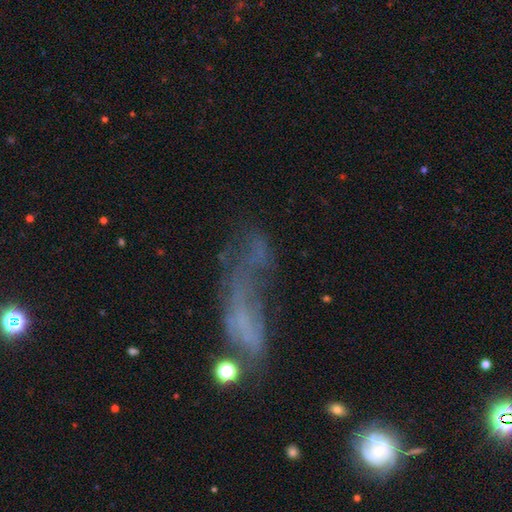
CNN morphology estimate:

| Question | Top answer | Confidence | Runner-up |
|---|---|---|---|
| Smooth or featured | featured or disk | 47% | smooth (33%) |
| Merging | major disturbance | 45% | none (25%) |